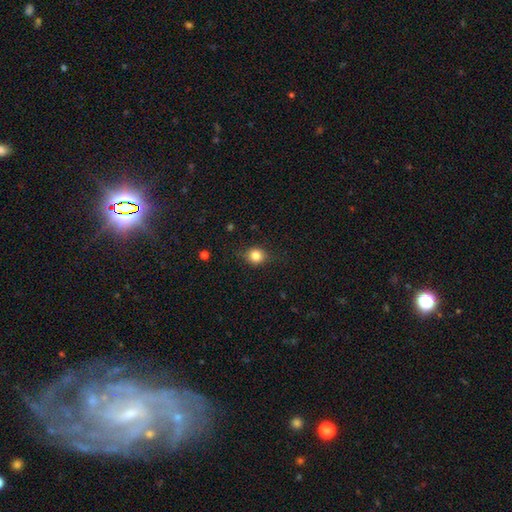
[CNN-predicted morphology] The model was most divided on "how rounded": round: 77%, in between: 22%, cigar-shaped: 1%. More confident: merging — none (83%); smooth or featured — smooth (83%).